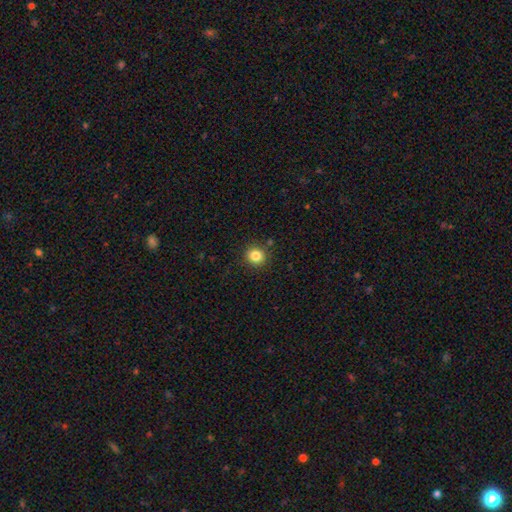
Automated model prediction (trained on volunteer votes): smooth-or-featured: smooth: 84% | star or artifact: 11% | featured or disk: 5%
  how-rounded: round: 89% | in between: 10% | cigar-shaped: 1%
  merging: none: 89% | minor disturbance: 7% | major disturbance: 2% | merger: 2%